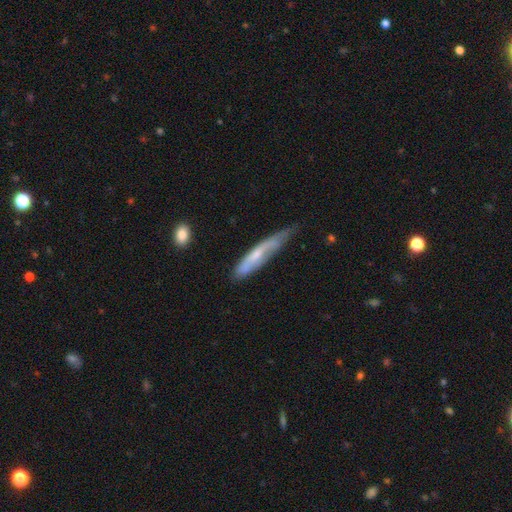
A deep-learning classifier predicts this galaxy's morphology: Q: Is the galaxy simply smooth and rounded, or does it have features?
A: smooth — 48%.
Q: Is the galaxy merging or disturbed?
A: none — 42%.